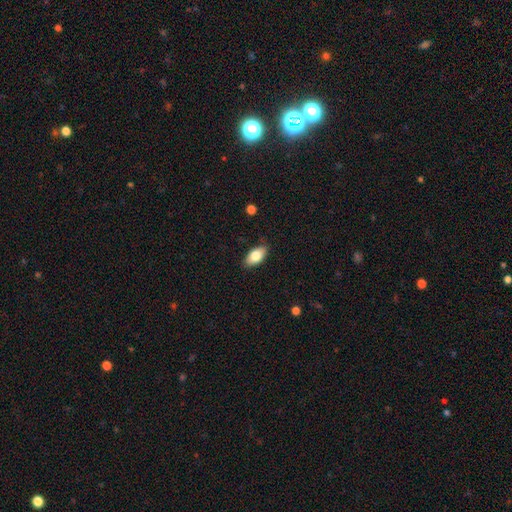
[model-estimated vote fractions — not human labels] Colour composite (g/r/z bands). It shows a smooth galaxy with no disk features (77%) that is in between round and cigar-shaped (91%). Merging: none (87%).